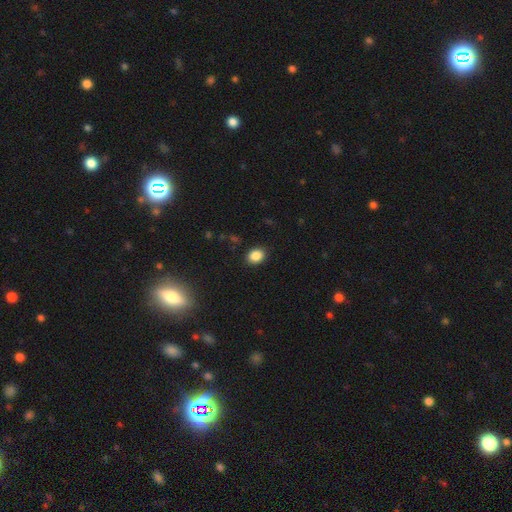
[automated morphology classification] A smooth galaxy with no disk features (87%) that is in between round and cigar-shaped (60%).

Vote fractions:
- Smooth or featured? smooth: 87% / star or artifact: 9% / featured or disk: 4%
- How rounded? in between: 60% / round: 39% / cigar-shaped: 1%
- Merging? none: 89% / minor disturbance: 8% / major disturbance: 2% / merger: 1%